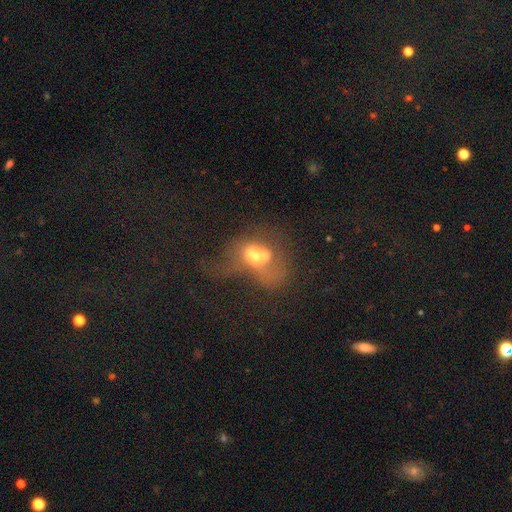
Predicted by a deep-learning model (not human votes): Smooth or featured? Predicted: featured or disk (p=0.43, tied with smooth). Merging? Predicted: merger (p=0.71).